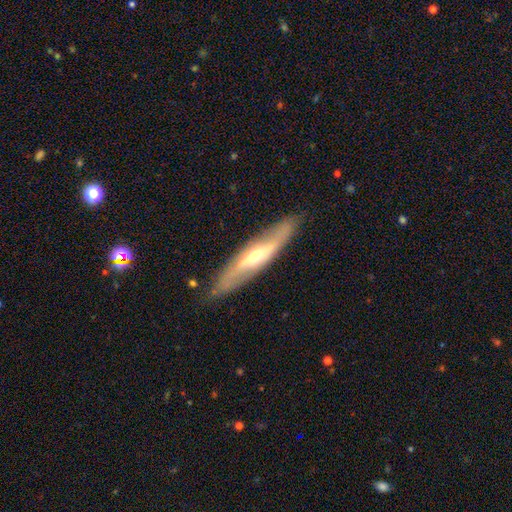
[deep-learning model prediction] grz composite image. It shows a featured or disk galaxy (71%) viewed edge-on (51%). Merging: none (83%).